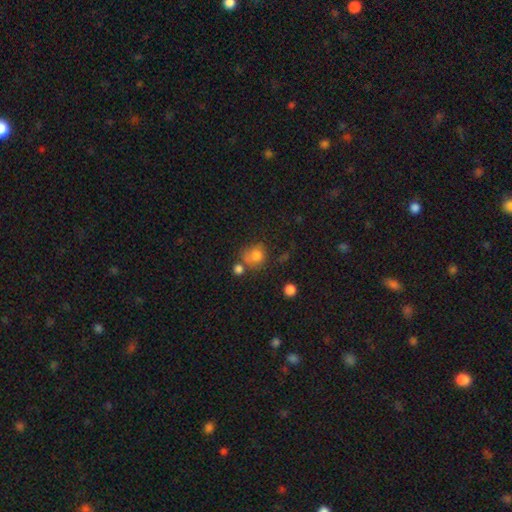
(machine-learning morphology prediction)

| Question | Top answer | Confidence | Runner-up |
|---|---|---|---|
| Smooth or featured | smooth | 74% | featured or disk (13%) |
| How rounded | round | 76% | in between (23%) |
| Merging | none | 44% | minor disturbance (21%) |